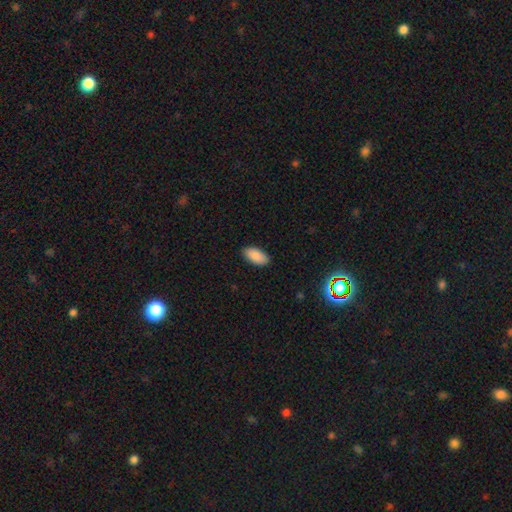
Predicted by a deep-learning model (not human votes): Overall: smooth (89%). How rounded: in between (95%). Merging: none (88%).